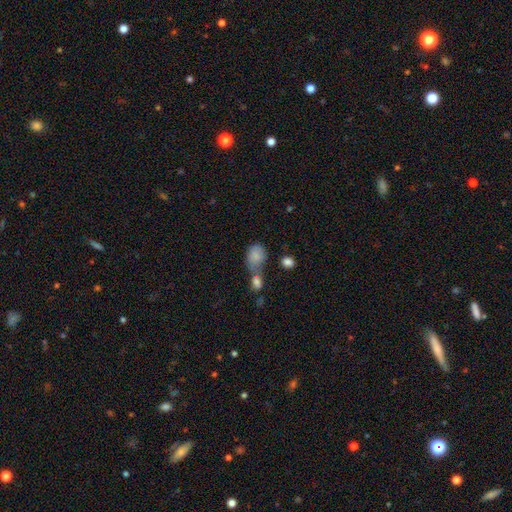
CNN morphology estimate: Smooth or featured?
  - smooth: 80% *
  - featured or disk: 11%
  - star or artifact: 9%
How rounded?
  - in between: 68% *
  - round: 30%
  - cigar-shaped: 2%
Merging?
  - merger: 52% *
  - none: 26%
  - minor disturbance: 14%
  - major disturbance: 9%